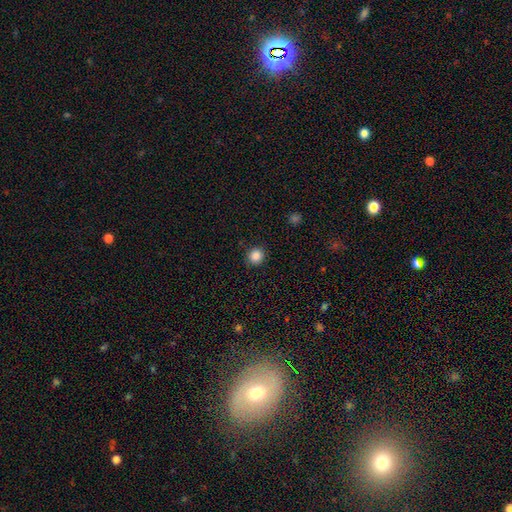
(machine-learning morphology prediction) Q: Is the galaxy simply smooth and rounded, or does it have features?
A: smooth — 86%.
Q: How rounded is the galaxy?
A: round — 90%.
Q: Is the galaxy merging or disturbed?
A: none — 91%.